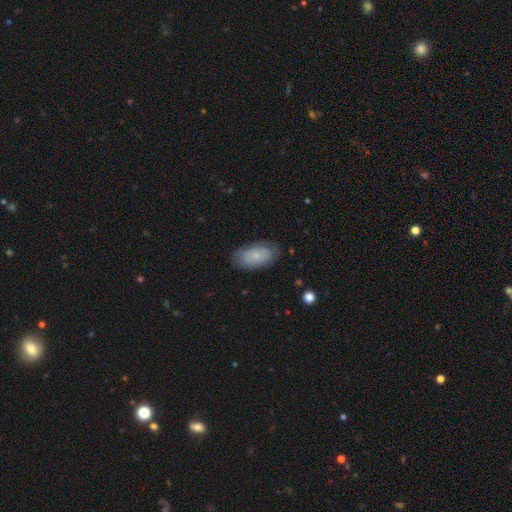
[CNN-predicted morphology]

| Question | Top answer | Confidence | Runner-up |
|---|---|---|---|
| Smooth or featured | smooth | 70% | featured or disk (23%) |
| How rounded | in between | 94% | round (4%) |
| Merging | none | 77% | minor disturbance (18%) |